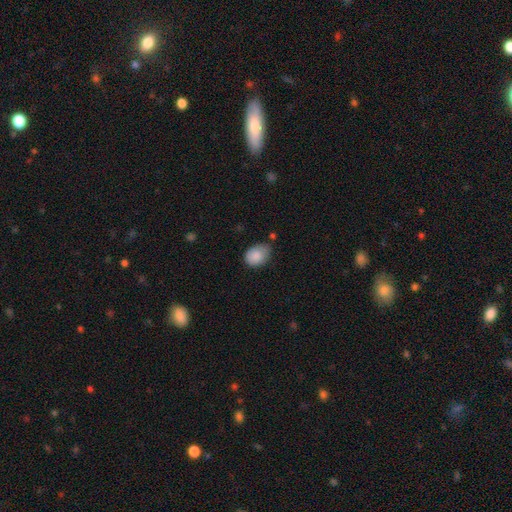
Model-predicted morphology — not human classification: This is clearly a smooth galaxy (86%). How rounded: likely in between (70%). Merging: possibly none (57%).